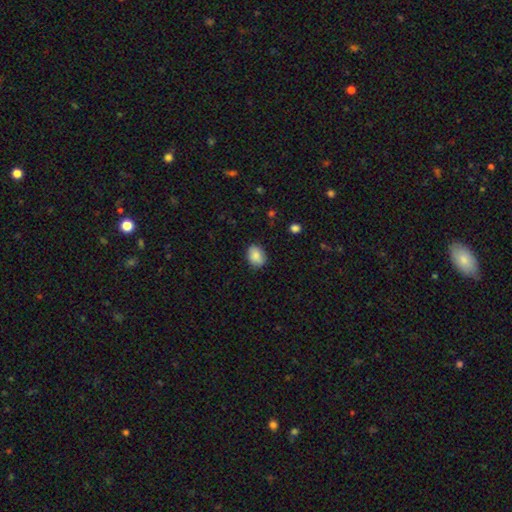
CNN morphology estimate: Q: Smooth or featured?
A: smooth (86%); runner-up: star or artifact (8%)
Q: How rounded?
A: in between (61%); runner-up: round (38%)
Q: Merging?
A: none (82%); runner-up: minor disturbance (14%)